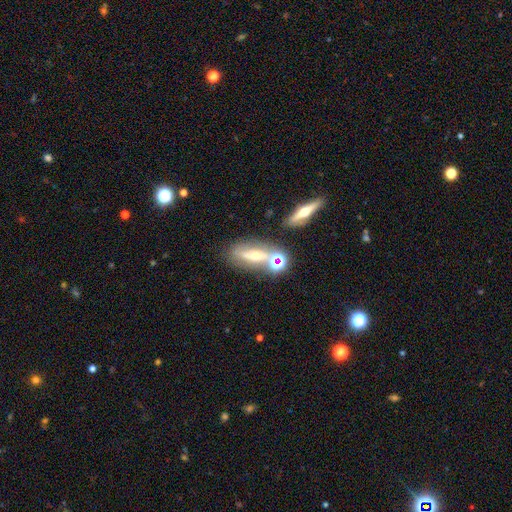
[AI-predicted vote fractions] A featured or disk galaxy (50%).

Vote fractions:
- Smooth or featured? featured or disk: 50% / smooth: 34% / star or artifact: 17%
- Merging? none: 60% / merger: 17% / minor disturbance: 16% / major disturbance: 8%